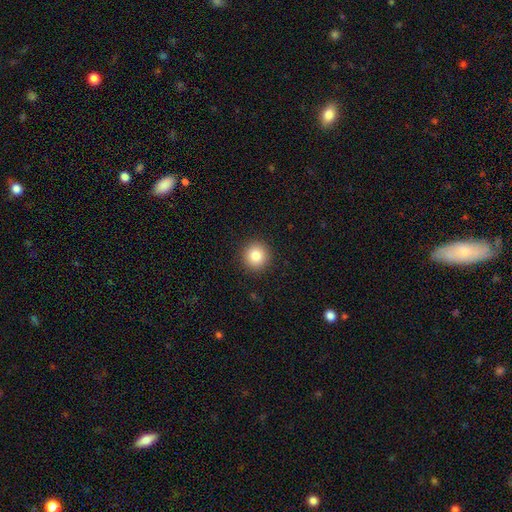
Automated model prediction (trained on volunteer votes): Smooth or featured? smooth (84%)
How rounded? round (94%)
Merging? none (91%)